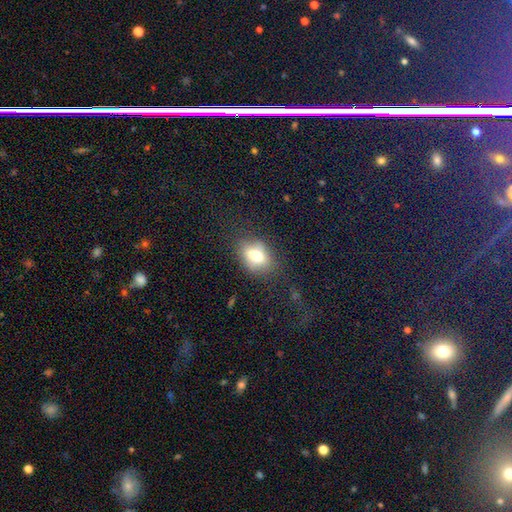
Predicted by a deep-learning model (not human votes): A smooth galaxy with no disk features (69%) that is in between round and cigar-shaped (69%).

Vote fractions:
- Smooth or featured? smooth: 69% / featured or disk: 21% / star or artifact: 10%
- How rounded? in between: 69% / round: 28% / cigar-shaped: 3%
- Merging? none: 73% / minor disturbance: 17% / major disturbance: 8% / merger: 2%